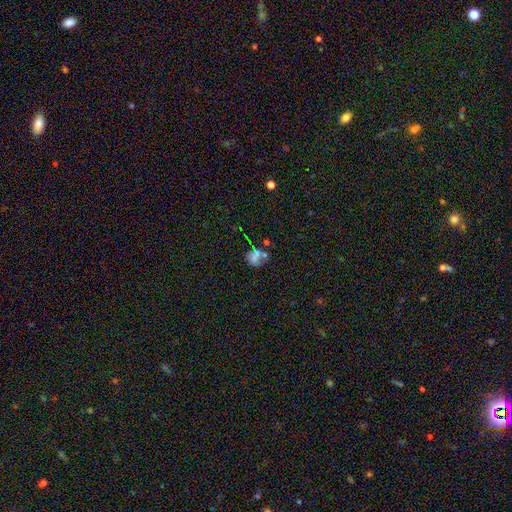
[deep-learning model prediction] Smooth or featured?
  - smooth: 57% *
  - featured or disk: 23%
  - star or artifact: 20%
How rounded?
  - round: 63% *
  - in between: 36%
  - cigar-shaped: 2%
Merging?
  - none: 38% *
  - merger: 31%
  - minor disturbance: 18%
  - major disturbance: 14%